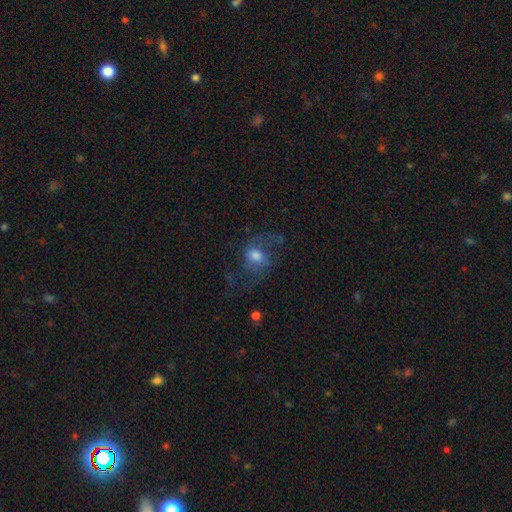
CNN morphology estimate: A featured or disk galaxy (45%). Merging: major disturbance (40%).